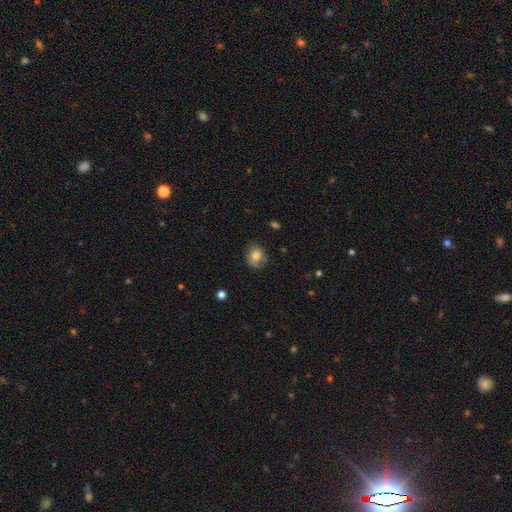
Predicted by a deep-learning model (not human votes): The model was most divided on "how rounded": round: 60%, in between: 39%, cigar-shaped: 1%. More confident: smooth or featured — smooth (77%); merging — none (76%).